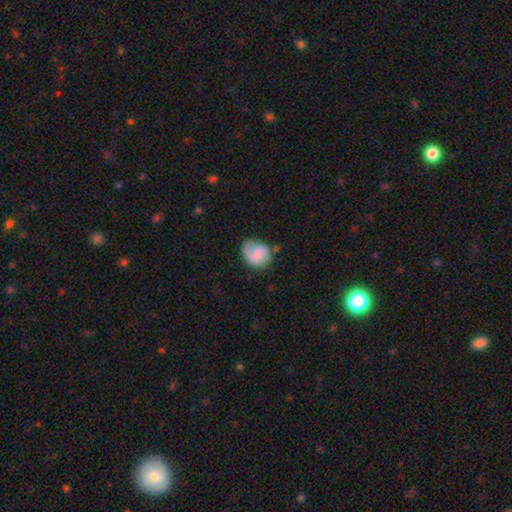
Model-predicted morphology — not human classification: Smooth or featured? featured or disk (51%)
Edge-on disk? no (98%)
Merging? none (57%)